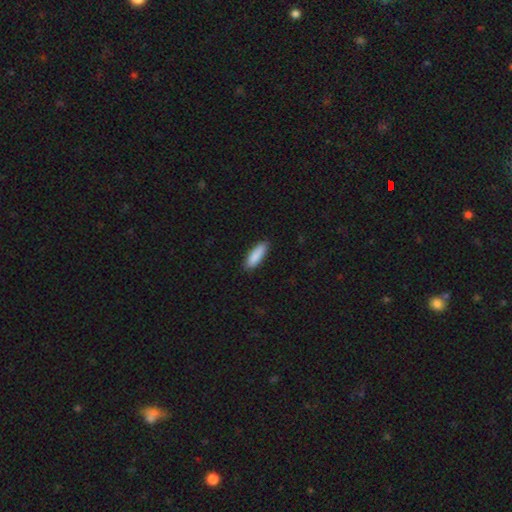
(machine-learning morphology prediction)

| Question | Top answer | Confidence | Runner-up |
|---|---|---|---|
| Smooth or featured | smooth | 89% | star or artifact (6%) |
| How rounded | in between | 52% | cigar-shaped (46%) |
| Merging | none | 88% | minor disturbance (9%) |